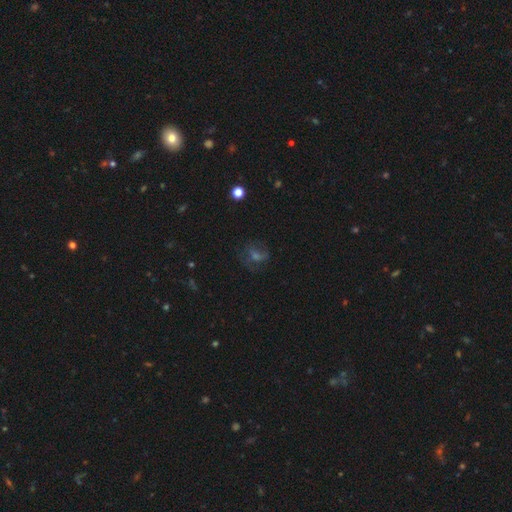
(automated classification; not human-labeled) Overall: featured or disk (36%; smooth 33%). Merging: none (68%).